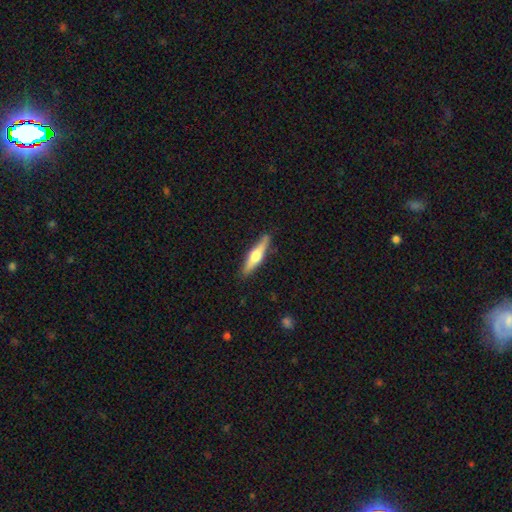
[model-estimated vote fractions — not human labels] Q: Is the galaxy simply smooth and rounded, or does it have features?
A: featured or disk — 55%.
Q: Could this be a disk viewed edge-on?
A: yes — 96%.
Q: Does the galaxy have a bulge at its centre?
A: rounded — 92%.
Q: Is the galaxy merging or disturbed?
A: none — 88%.